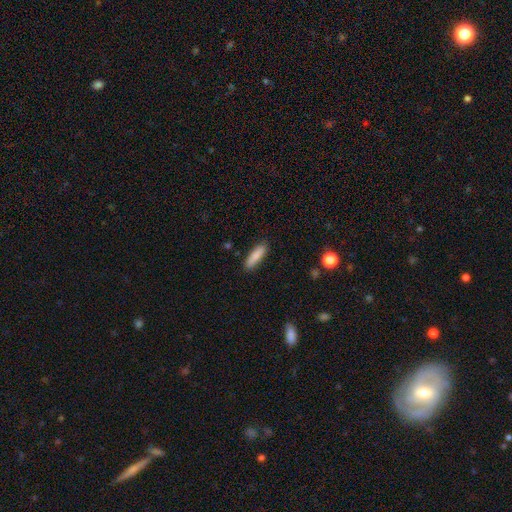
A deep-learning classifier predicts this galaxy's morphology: A smooth galaxy with no disk features (86%) that is cigar-shaped (68%).

Vote fractions:
- Smooth or featured? smooth: 86% / featured or disk: 8% / star or artifact: 7%
- How rounded? cigar-shaped: 68% / in between: 30% / round: 2%
- Merging? none: 88% / minor disturbance: 9% / major disturbance: 2% / merger: 1%